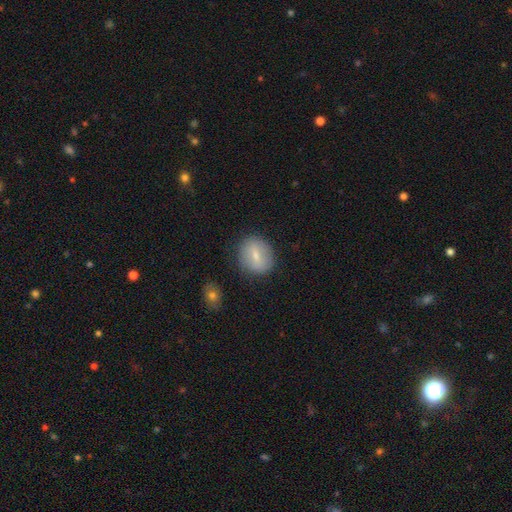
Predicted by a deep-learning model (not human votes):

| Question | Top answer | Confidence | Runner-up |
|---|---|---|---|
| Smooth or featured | smooth | 69% | featured or disk (23%) |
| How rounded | round | 66% | in between (32%) |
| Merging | none | 82% | minor disturbance (12%) |